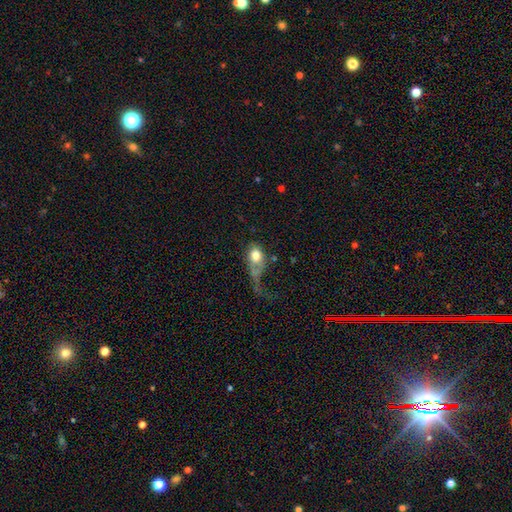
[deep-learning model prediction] Smooth or featured? Predicted: smooth (p=0.67). How rounded? Predicted: in between (p=0.64). Merging? Predicted: major disturbance (p=0.56).